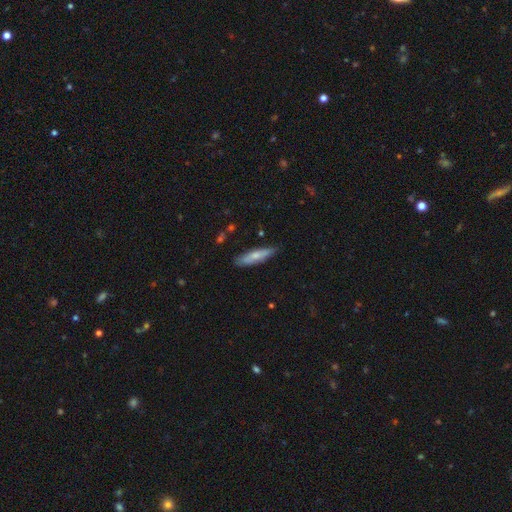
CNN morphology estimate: A smooth galaxy with no disk features (68%) that is cigar-shaped (78%). Merging: none (83%).